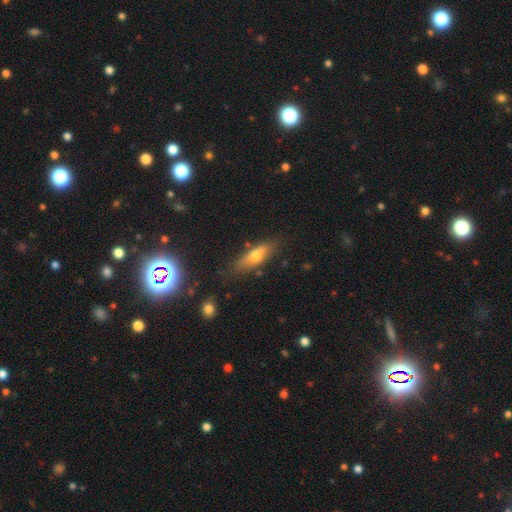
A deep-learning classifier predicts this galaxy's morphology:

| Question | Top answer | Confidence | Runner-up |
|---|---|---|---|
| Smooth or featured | smooth | 61% | featured or disk (32%) |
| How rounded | in between | 52% | cigar-shaped (45%) |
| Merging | none | 77% | minor disturbance (15%) |